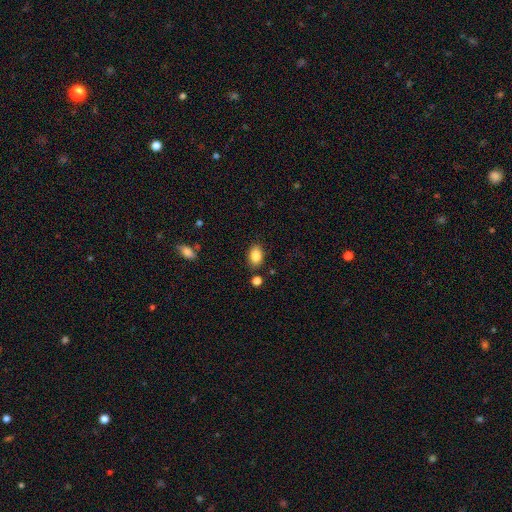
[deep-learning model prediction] A smooth galaxy with no disk features (87%) that is in between round and cigar-shaped (85%). Merging: none (82%).